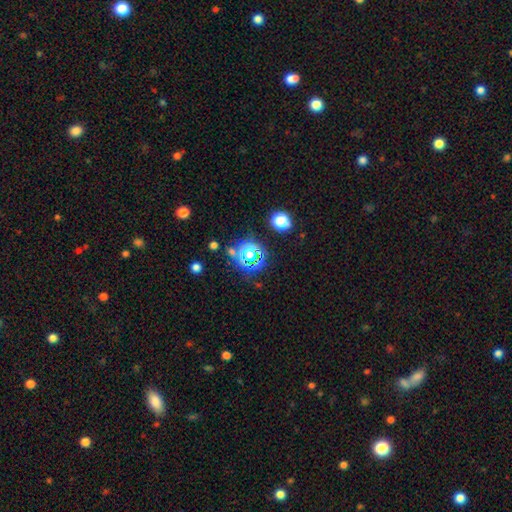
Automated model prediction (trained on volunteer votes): Smooth or featured? star or artifact (63%)